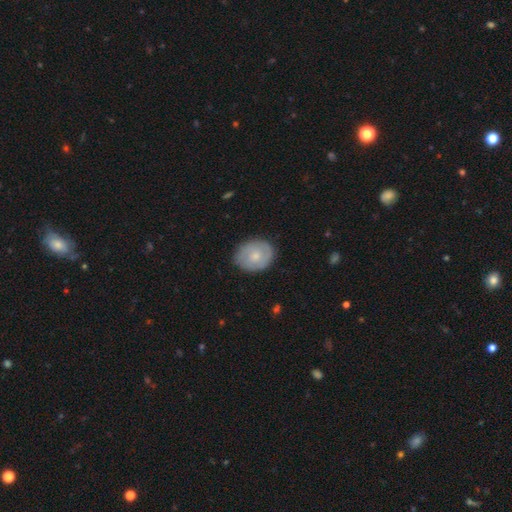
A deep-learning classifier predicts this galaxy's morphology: smooth 63%, featured or disk 31%, star or artifact 6%. Down the decision tree: how rounded — round (56%); merging — none (80%).